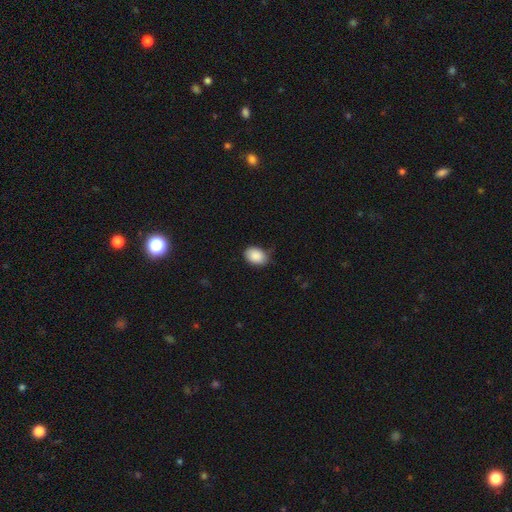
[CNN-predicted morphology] smooth 89%, star or artifact 7%, featured or disk 4%. Down the decision tree: how rounded — in between (73%); merging — none (70%).